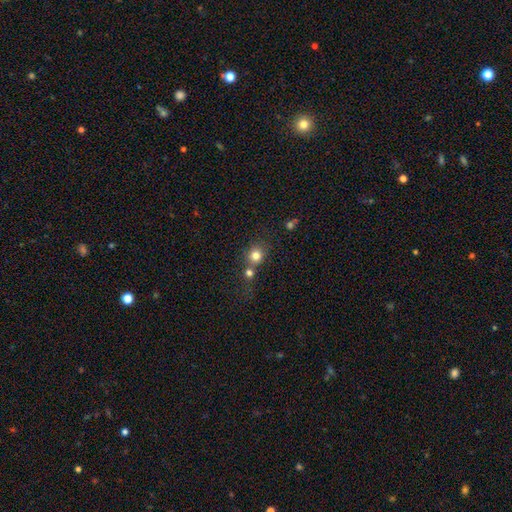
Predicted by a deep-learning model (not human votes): Q: Smooth or featured?
A: smooth (78%); runner-up: star or artifact (13%)
Q: How rounded?
A: round (83%); runner-up: in between (16%)
Q: Merging?
A: none (54%); runner-up: merger (32%)